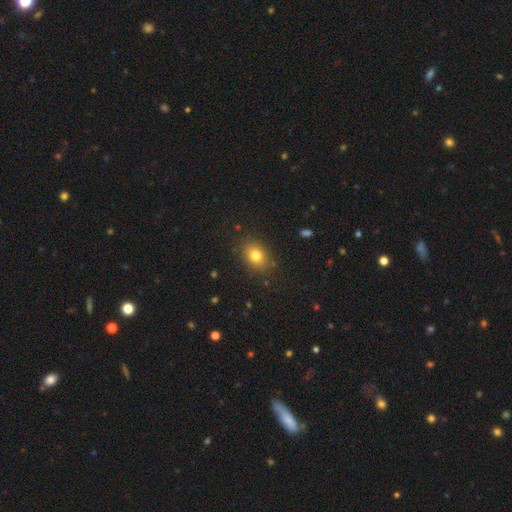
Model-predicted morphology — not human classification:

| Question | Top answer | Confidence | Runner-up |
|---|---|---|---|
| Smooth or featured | smooth | 79% | star or artifact (11%) |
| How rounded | in between | 65% | round (34%) |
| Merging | none | 85% | minor disturbance (11%) |